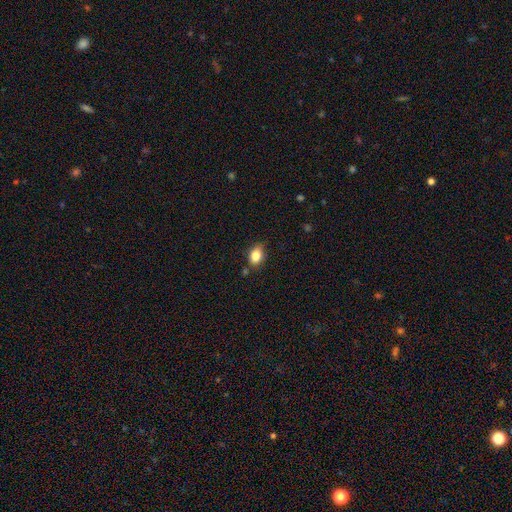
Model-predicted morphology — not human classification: Smooth or featured? Predicted: smooth (p=0.84). How rounded? Predicted: in between (p=0.76). Merging? Predicted: none (p=0.73).